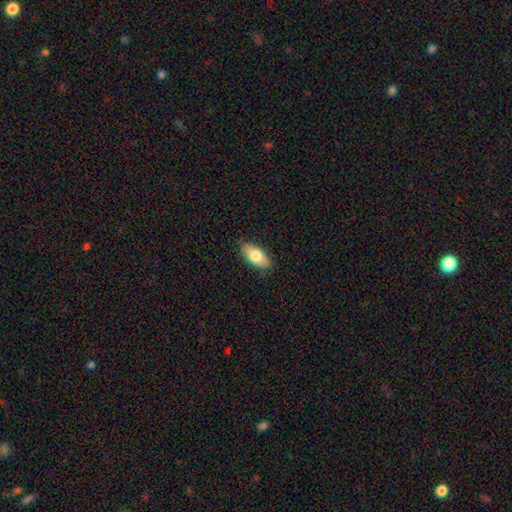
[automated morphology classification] Smooth or featured? Predicted: smooth (p=0.77). How rounded? Predicted: in between (p=0.88). Merging? Predicted: none (p=0.84).